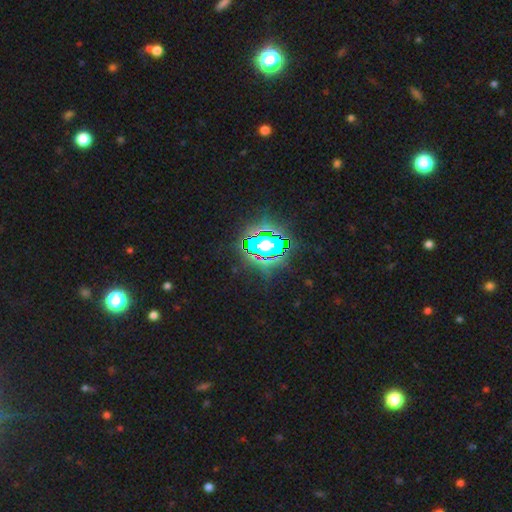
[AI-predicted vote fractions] This appears to be a star or artifact, not a galaxy (75%).